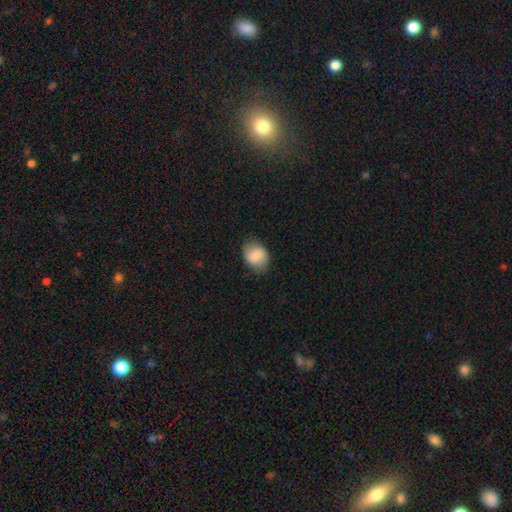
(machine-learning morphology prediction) A smooth galaxy with no disk features (80%) that is in between round and cigar-shaped (66%).

Vote fractions:
- Smooth or featured? smooth: 80% / featured or disk: 13% / star or artifact: 7%
- How rounded? in between: 66% / round: 33% / cigar-shaped: 1%
- Merging? none: 78% / minor disturbance: 17% / major disturbance: 4% / merger: 1%